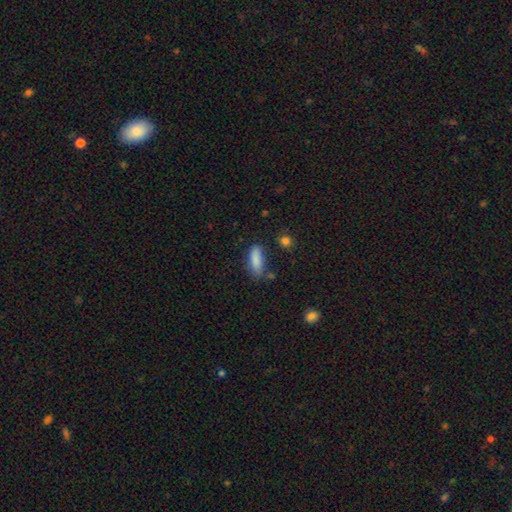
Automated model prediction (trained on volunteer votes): This appears to be a smooth galaxy with no disk features (85%) that is in between round and cigar-shaped (59%). Merging: none (67%).